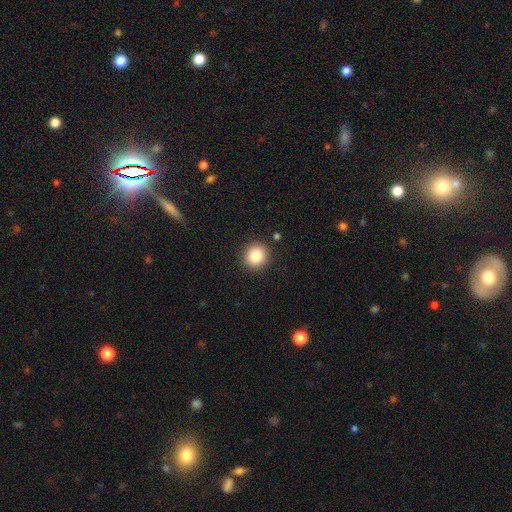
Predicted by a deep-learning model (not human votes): A smooth galaxy with no disk features (85%) that is round (89%). Merging: none (89%).